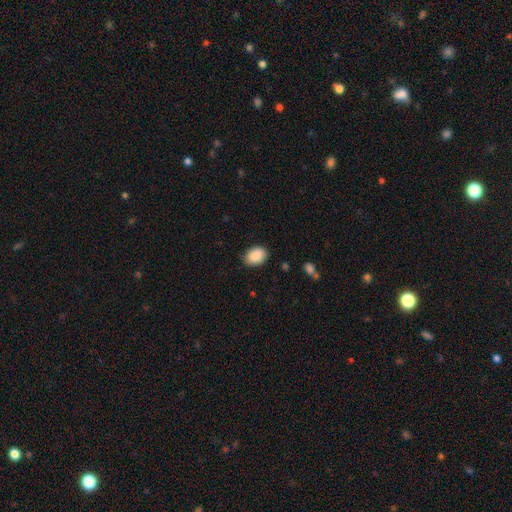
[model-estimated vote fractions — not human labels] smooth-or-featured: smooth: 89% | star or artifact: 7% | featured or disk: 4%
  how-rounded: in between: 77% | round: 22% | cigar-shaped: 1%
  merging: none: 84% | minor disturbance: 13% | major disturbance: 2% | merger: 1%